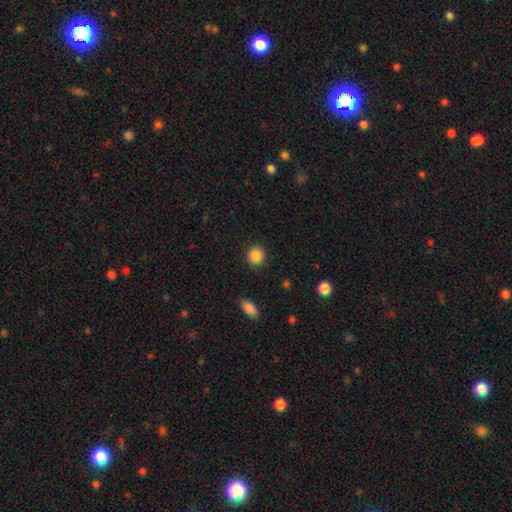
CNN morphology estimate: The model was most divided on "how rounded": round: 87%, in between: 12%, cigar-shaped: 1%. More confident: merging — none (90%); smooth or featured — smooth (88%).